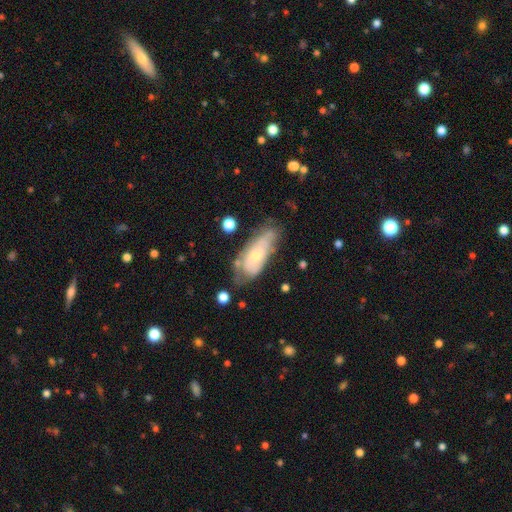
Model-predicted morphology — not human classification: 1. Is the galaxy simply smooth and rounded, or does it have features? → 50% featured or disk, 43% smooth, 7% star or artifact.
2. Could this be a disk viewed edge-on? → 85% no, 15% yes.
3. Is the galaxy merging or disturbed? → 47% none, 31% minor disturbance, 15% major disturbance, 6% merger.